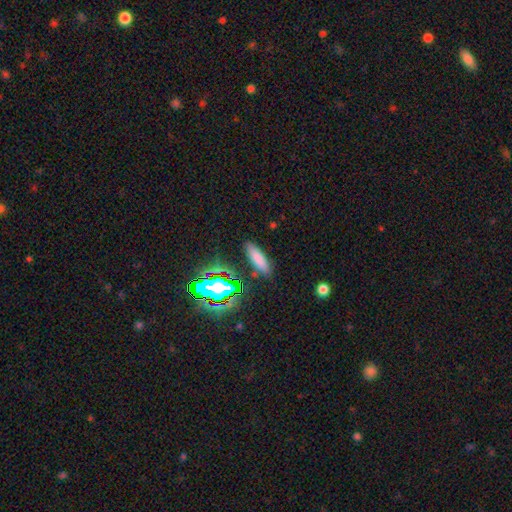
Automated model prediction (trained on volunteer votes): Q: Smooth or featured?
A: smooth (73%); runner-up: star or artifact (17%)
Q: How rounded?
A: cigar-shaped (57%); runner-up: in between (40%)
Q: Merging?
A: none (85%); runner-up: minor disturbance (10%)